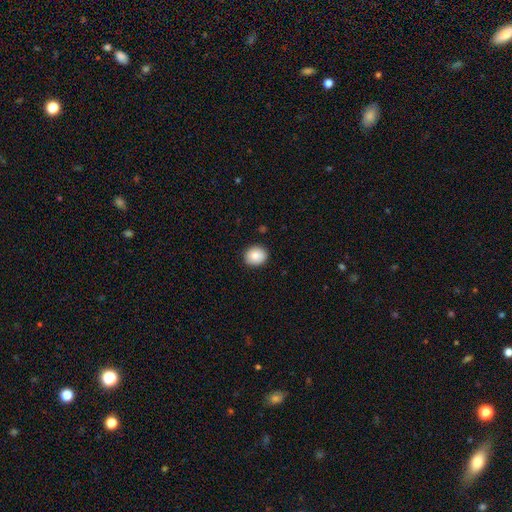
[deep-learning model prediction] smooth-or-featured: smooth: 85% | star or artifact: 8% | featured or disk: 7%
  how-rounded: round: 74% | in between: 25% | cigar-shaped: 1%
  merging: none: 90% | minor disturbance: 7% | major disturbance: 2% | merger: 1%